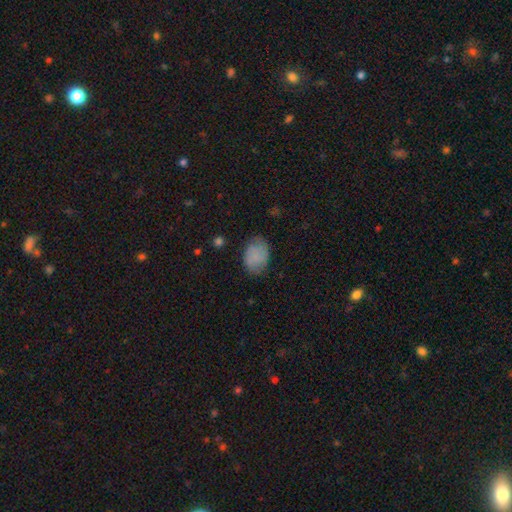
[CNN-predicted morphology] Overall: smooth (76%). How rounded: in between (77%). Merging: none (71%).